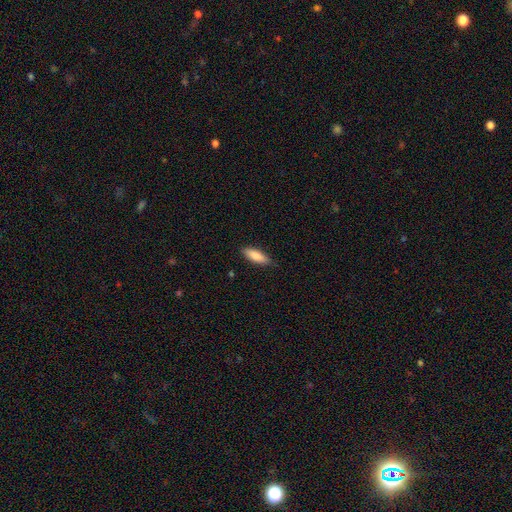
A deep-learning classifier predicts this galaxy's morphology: smooth_or_featured: smooth (p=0.86) [alt: featured or disk p=0.08]
how_rounded: in between (p=0.63) [alt: cigar-shaped p=0.36]
merging: none (p=0.82) [alt: minor disturbance p=0.15]